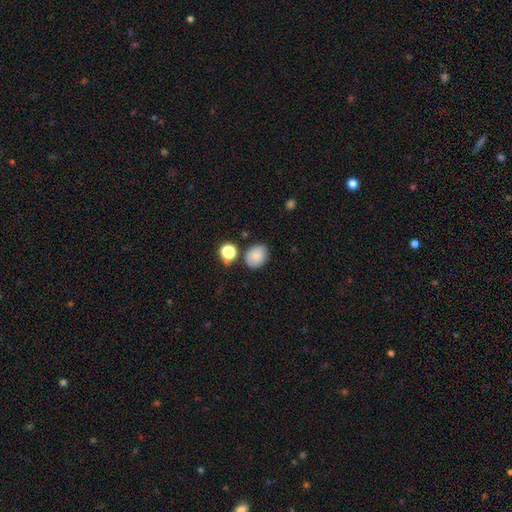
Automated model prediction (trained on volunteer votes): smooth_or_featured: smooth (p=0.83) [alt: star or artifact p=0.10]
how_rounded: in between (p=0.60) [alt: round p=0.39]
merging: none (p=0.77) [alt: minor disturbance p=0.14]